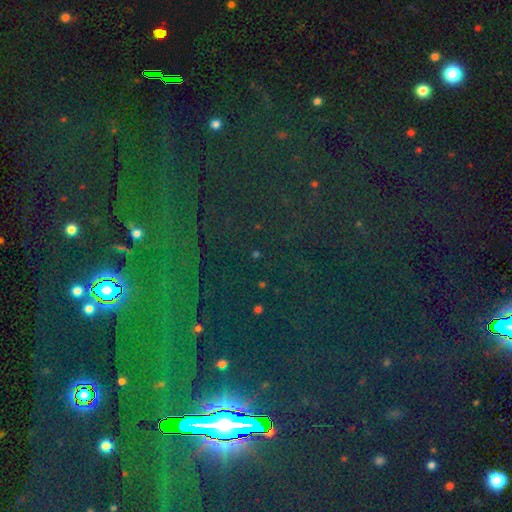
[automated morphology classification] type=star or artifact (84%).